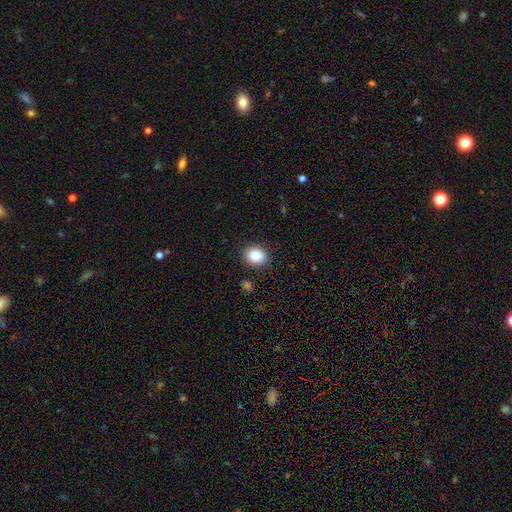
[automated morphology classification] The model was most divided on "how rounded": round: 57%, in between: 42%, cigar-shaped: 1%. More confident: merging — none (88%); smooth or featured — smooth (87%).